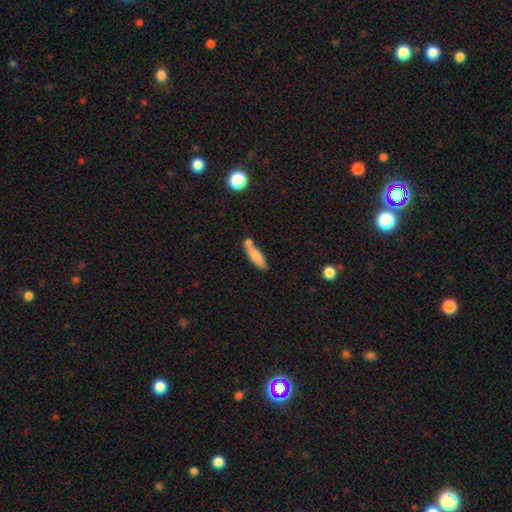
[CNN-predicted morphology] Smooth or featured?
  - smooth: 76% *
  - featured or disk: 17%
  - star or artifact: 7%
How rounded?
  - cigar-shaped: 65% *
  - in between: 33%
  - round: 2%
Merging?
  - none: 56% *
  - merger: 22%
  - minor disturbance: 17%
  - major disturbance: 4%